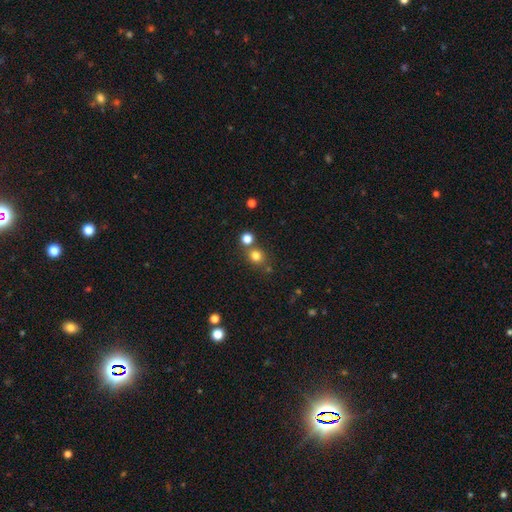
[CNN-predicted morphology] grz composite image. It shows a smooth galaxy with no disk features (78%) that is round (83%). Merging: none (68%).